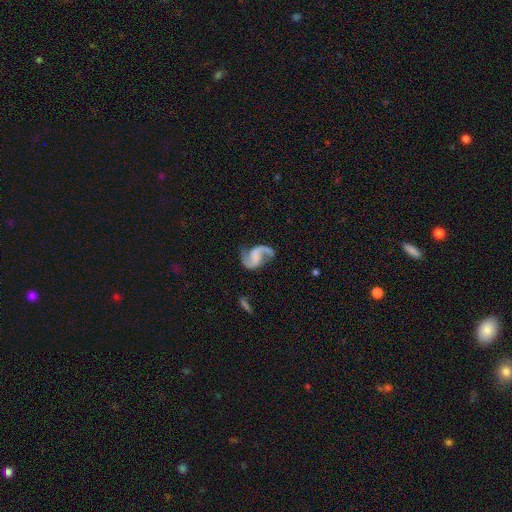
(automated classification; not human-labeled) Smooth or featured: featured or disk — 91% (smooth — 5%)
Edge-on disk: no — 98% (yes — 2%)
Bar: no — 44% (weak — 38%)
Spiral arms: yes — 97% (no — 3%)
Spiral winding: loose — 53% (medium — 39%)
Spiral arm count: 2 — 93% (1 — 2%)
Bulge size: none — 68% (small — 14%)
Merging: none — 73% (minor disturbance — 16%)